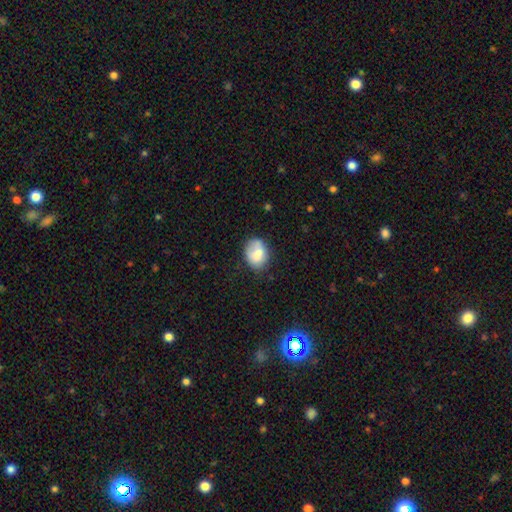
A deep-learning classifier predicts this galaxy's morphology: smooth-or-featured: smooth: 73% | featured or disk: 19% | star or artifact: 8%
  how-rounded: in between: 58% | round: 41% | cigar-shaped: 1%
  merging: none: 52% | minor disturbance: 24% | merger: 16% | major disturbance: 7%